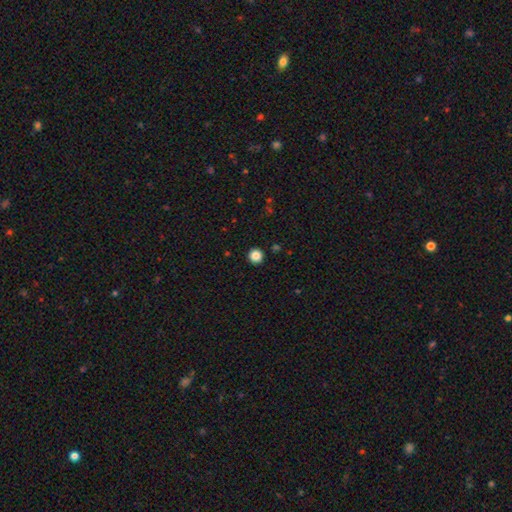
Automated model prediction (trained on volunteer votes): Morphology: type=smooth (85%); roundness=round (95%); merging=none (93%).